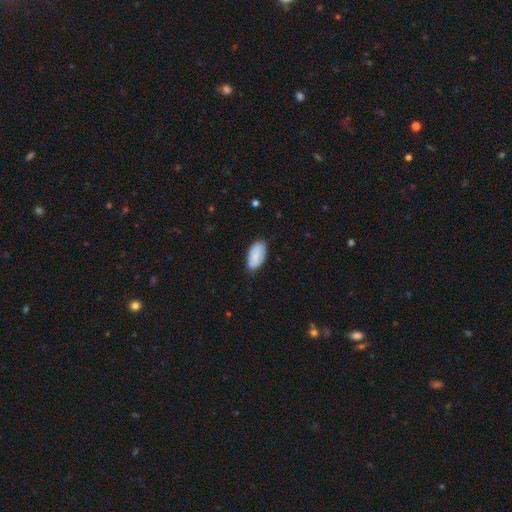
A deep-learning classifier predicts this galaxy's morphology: smooth 87%, featured or disk 7%, star or artifact 6%. Down the decision tree: how rounded — in between (94%); merging — none (84%).